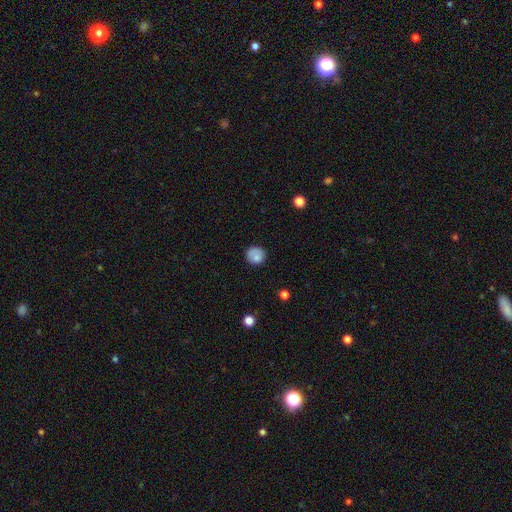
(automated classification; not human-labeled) Smooth or featured? Predicted: smooth (p=0.79). How rounded? Predicted: round (p=0.88). Merging? Predicted: none (p=0.77).